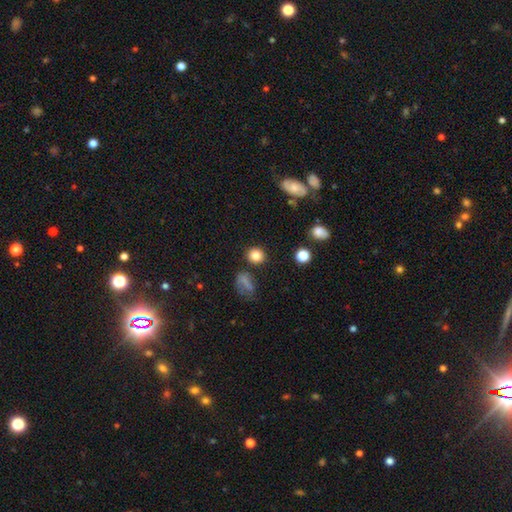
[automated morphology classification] Overall: smooth (82%). How rounded: round (83%). Merging: none (83%).